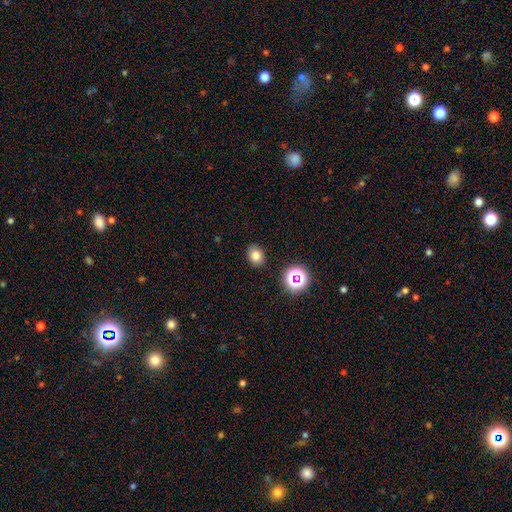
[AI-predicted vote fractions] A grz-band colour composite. It shows a smooth galaxy with no disk features (78%) that is in between round and cigar-shaped (57%). Merging: none (87%).